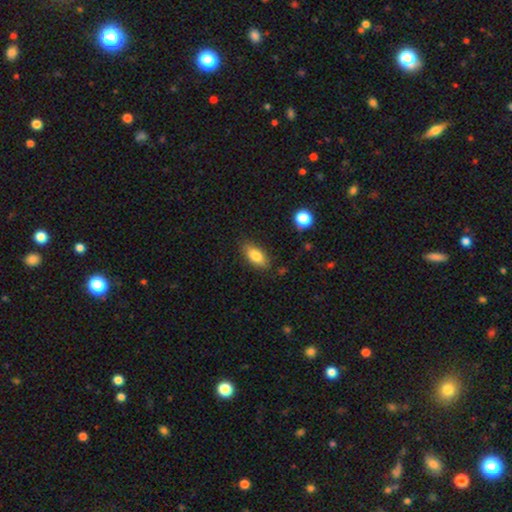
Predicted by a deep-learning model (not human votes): Smooth or featured? smooth (82%)
How rounded? in between (86%)
Merging? none (83%)